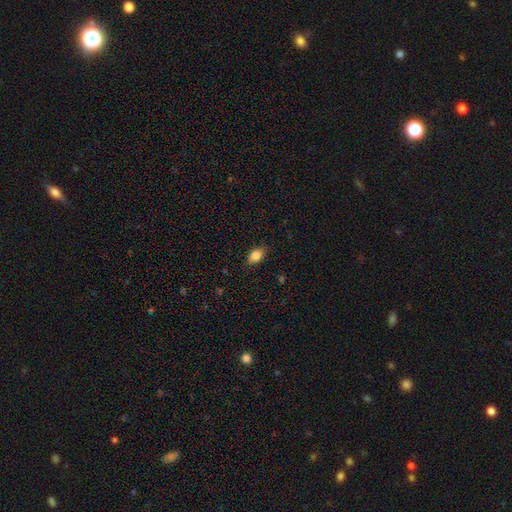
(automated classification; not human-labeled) This is clearly a smooth galaxy (85%). How rounded: clearly in between (85%). Merging: clearly none (86%).